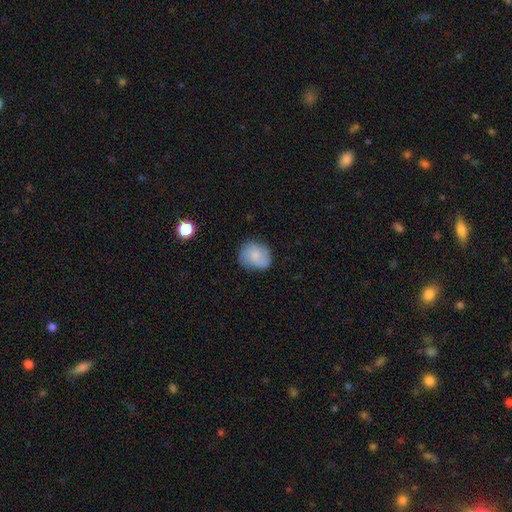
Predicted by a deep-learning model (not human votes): A smooth galaxy with no disk features (75%) that is round (69%).

Vote fractions:
- Smooth or featured? smooth: 75% / featured or disk: 17% / star or artifact: 7%
- How rounded? round: 69% / in between: 30% / cigar-shaped: 1%
- Merging? none: 72% / minor disturbance: 21% / major disturbance: 5% / merger: 2%